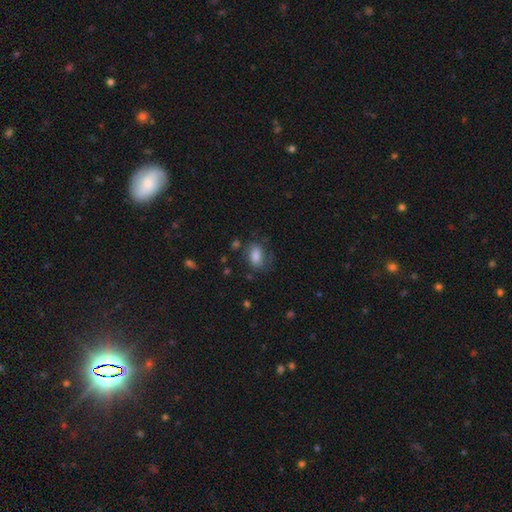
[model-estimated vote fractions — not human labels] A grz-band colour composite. It shows a smooth galaxy with no disk features (77%) that is in between round and cigar-shaped (85%). Merging: none (60%).